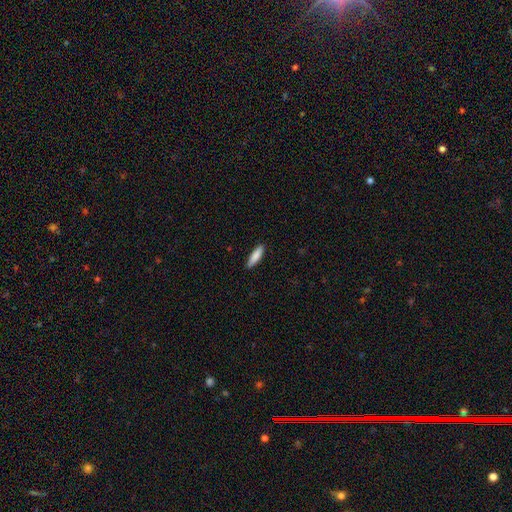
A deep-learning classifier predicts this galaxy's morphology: Smooth or featured? Predicted: smooth (p=0.85). How rounded? Predicted: cigar-shaped (p=0.73). Merging? Predicted: none (p=0.89).